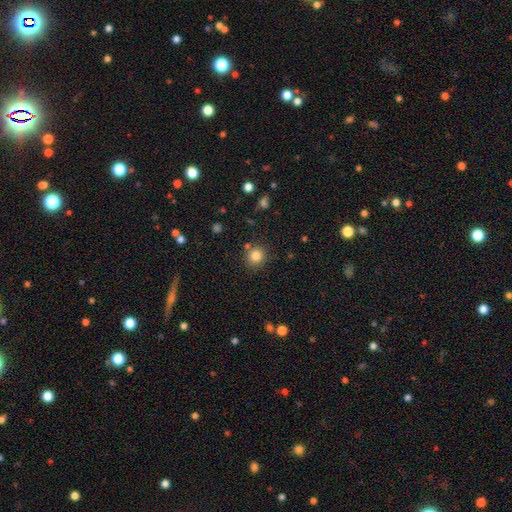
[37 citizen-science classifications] Q: Smooth or featured?
A: smooth (86%); runner-up: featured or disk (8%)
Q: How rounded?
A: round (88%); runner-up: in between (12%)
Q: Merging?
A: none (80%); runner-up: minor disturbance (11%)